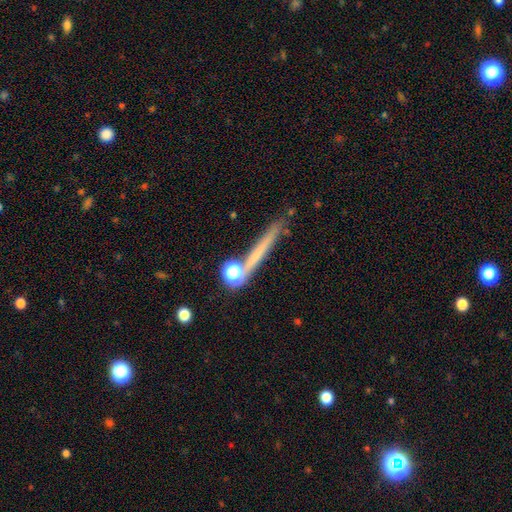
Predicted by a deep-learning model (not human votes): smooth-or-featured: smooth: 55% | featured or disk: 32% | star or artifact: 13%
  how-rounded: cigar-shaped: 83% | round: 11% | in between: 6%
  merging: none: 74% | minor disturbance: 12% | merger: 9% | major disturbance: 5%